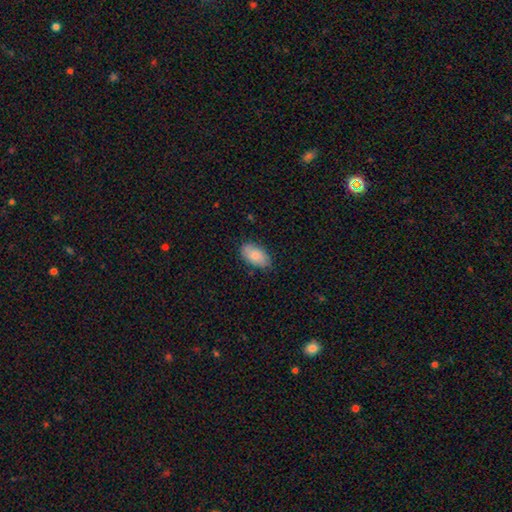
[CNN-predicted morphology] Smooth or featured?
  - smooth: 82% *
  - featured or disk: 12%
  - star or artifact: 6%
How rounded?
  - in between: 94% *
  - round: 4%
  - cigar-shaped: 2%
Merging?
  - none: 78% *
  - minor disturbance: 18%
  - major disturbance: 3%
  - merger: 1%